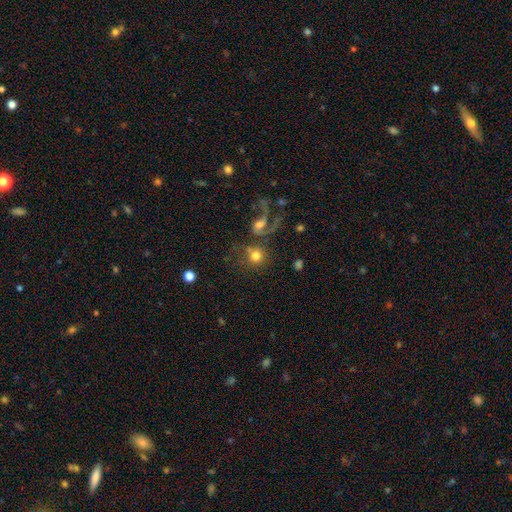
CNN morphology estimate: Smooth or featured?
  - smooth: 70% *
  - featured or disk: 19%
  - star or artifact: 11%
How rounded?
  - round: 87% *
  - in between: 12%
  - cigar-shaped: 1%
Merging?
  - none: 48% *
  - merger: 29%
  - major disturbance: 13%
  - minor disturbance: 10%